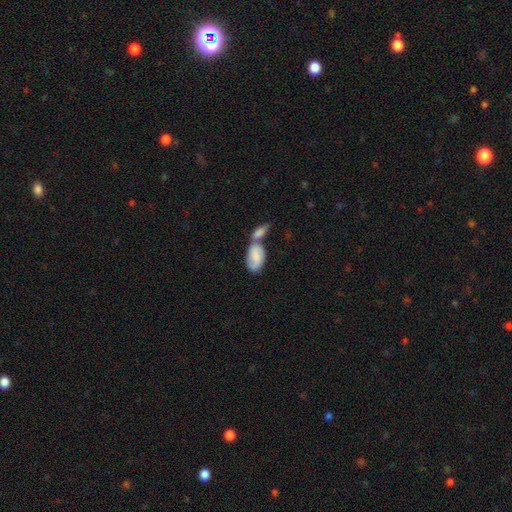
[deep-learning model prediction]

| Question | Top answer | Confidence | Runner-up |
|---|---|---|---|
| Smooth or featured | smooth | 70% | featured or disk (24%) |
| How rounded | in between | 92% | round (4%) |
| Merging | merger | 61% | none (22%) |